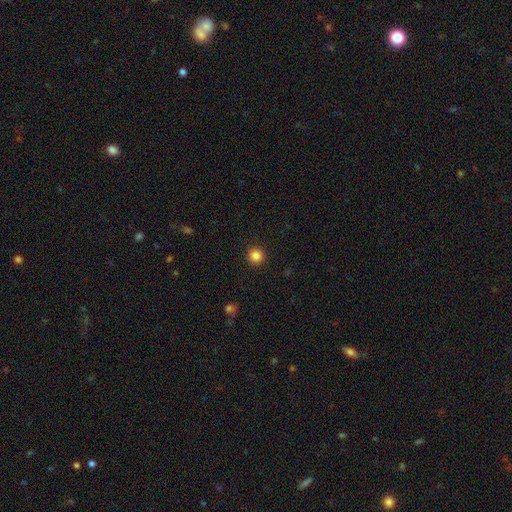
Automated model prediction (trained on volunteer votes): Q: Smooth or featured?
A: smooth (86%); runner-up: star or artifact (11%)
Q: How rounded?
A: round (95%); runner-up: in between (4%)
Q: Merging?
A: none (92%); runner-up: minor disturbance (5%)